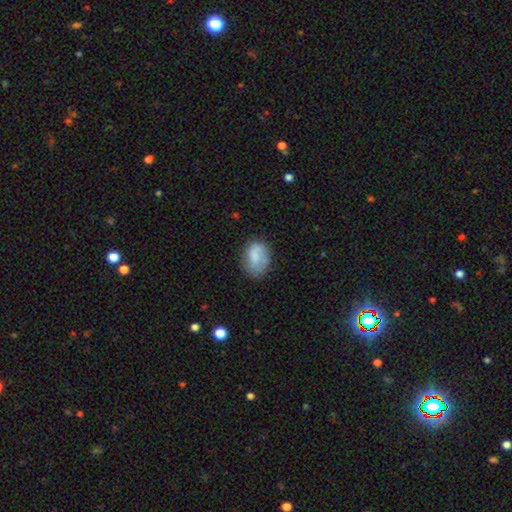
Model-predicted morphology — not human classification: smooth_or_featured: smooth (p=0.78) [alt: featured or disk p=0.14]
how_rounded: in between (p=0.75) [alt: round p=0.24]
merging: none (p=0.59) [alt: minor disturbance p=0.28]